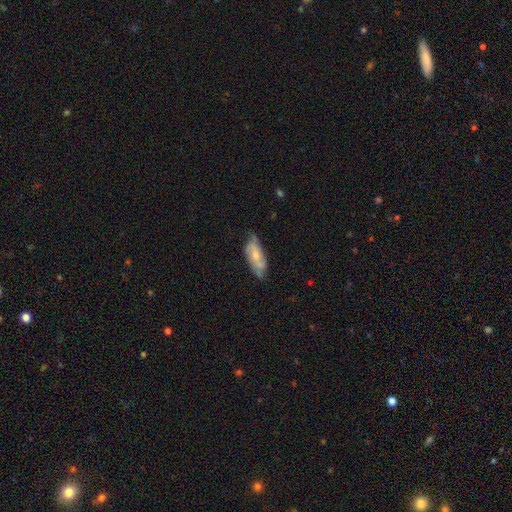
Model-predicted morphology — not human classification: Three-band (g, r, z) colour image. It shows a featured or disk galaxy (55%). Merging: none (62%).